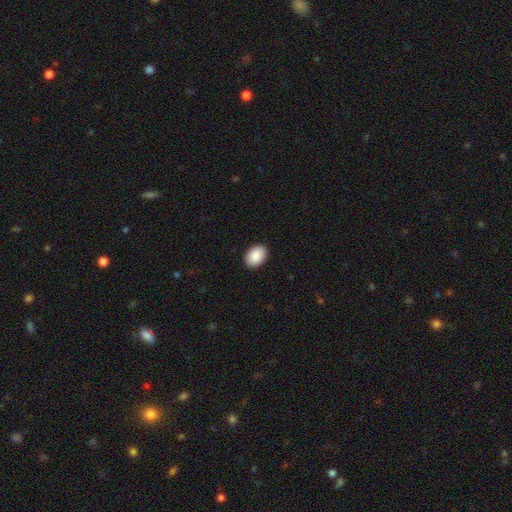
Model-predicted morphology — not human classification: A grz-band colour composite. It shows a smooth galaxy with no disk features (90%) that is in between round and cigar-shaped (79%). Merging: none (91%).